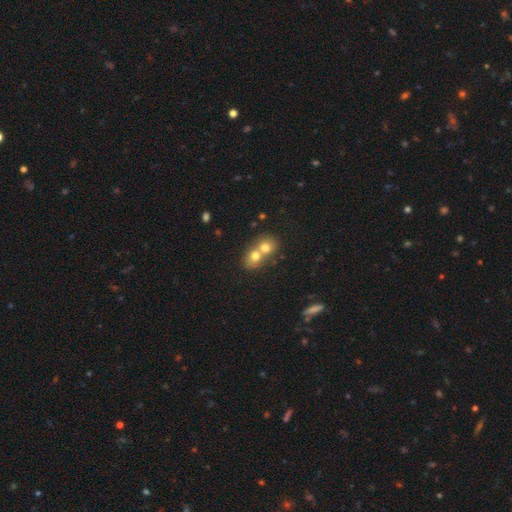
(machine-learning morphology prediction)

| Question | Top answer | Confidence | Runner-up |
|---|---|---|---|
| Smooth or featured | smooth | 69% | featured or disk (20%) |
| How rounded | round | 60% | in between (38%) |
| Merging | merger | 72% | none (21%) |